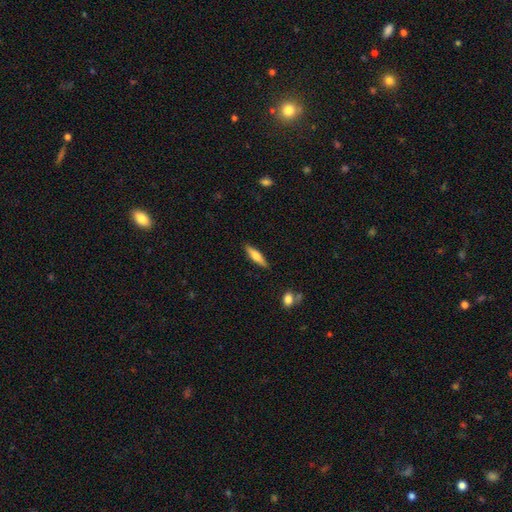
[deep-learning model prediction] smooth 62%, featured or disk 32%, star or artifact 6%. Down the decision tree: how rounded — cigar-shaped (74%); merging — none (87%).